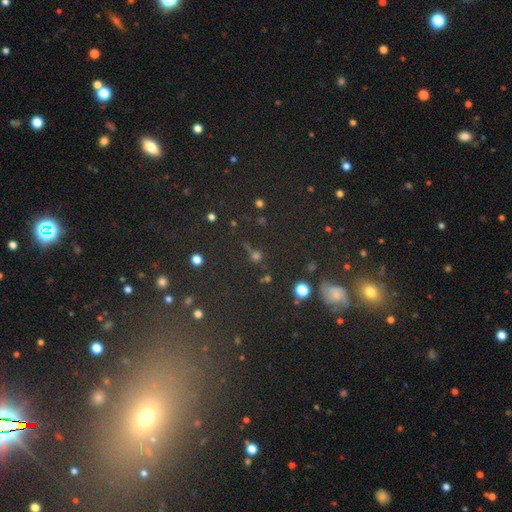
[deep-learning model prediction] Morphology: type=star or artifact (46%).